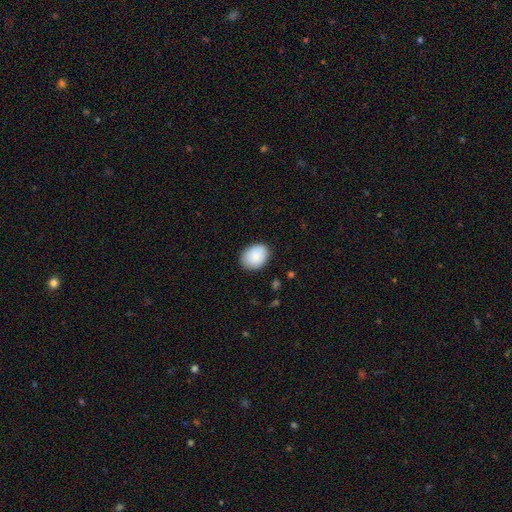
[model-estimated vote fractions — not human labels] Smooth or featured? Predicted: smooth (p=0.87). How rounded? Predicted: in between (p=0.61). Merging? Predicted: none (p=0.84).